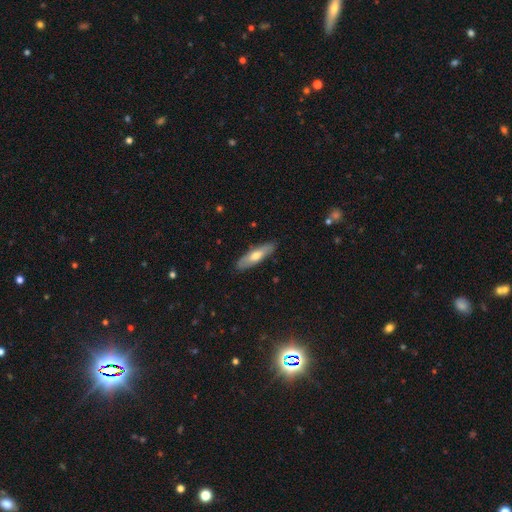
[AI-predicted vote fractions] A smooth galaxy with no disk features (57%) that is cigar-shaped (62%).

Vote fractions:
- Smooth or featured? smooth: 57% / featured or disk: 37% / star or artifact: 6%
- How rounded? cigar-shaped: 62% / in between: 36% / round: 2%
- Merging? none: 87% / minor disturbance: 10% / major disturbance: 2% / merger: 1%